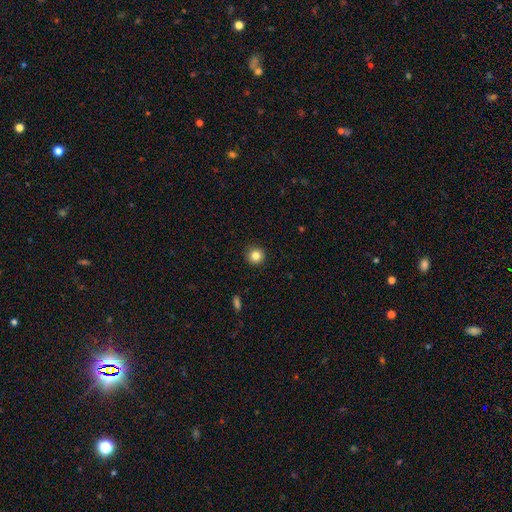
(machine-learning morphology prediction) This is clearly a smooth galaxy (83%). How rounded: clearly round (94%). Merging: clearly none (92%).